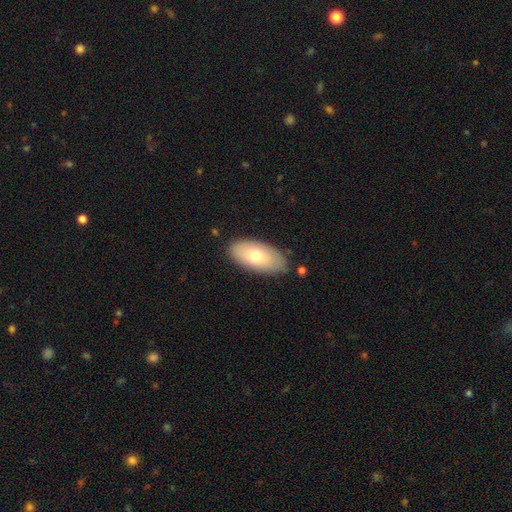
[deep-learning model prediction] A smooth galaxy with no disk features (70%) that is in between round and cigar-shaped (93%).

Vote fractions:
- Smooth or featured? smooth: 70% / featured or disk: 24% / star or artifact: 6%
- How rounded? in between: 93% / cigar-shaped: 4% / round: 3%
- Merging? none: 83% / minor disturbance: 12% / major disturbance: 3% / merger: 2%